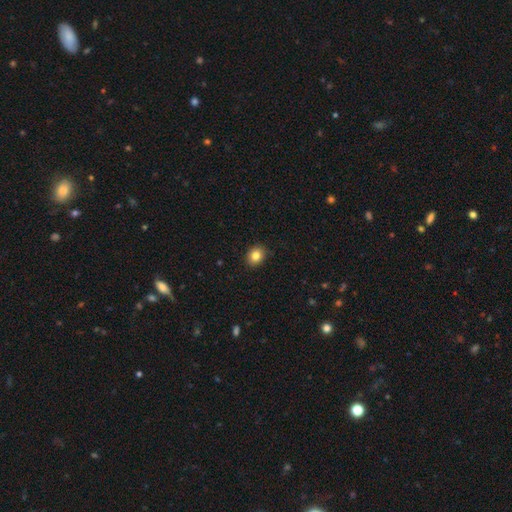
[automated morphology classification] This appears to be a smooth galaxy with no disk features (83%) that is round (59%). Merging: none (89%).